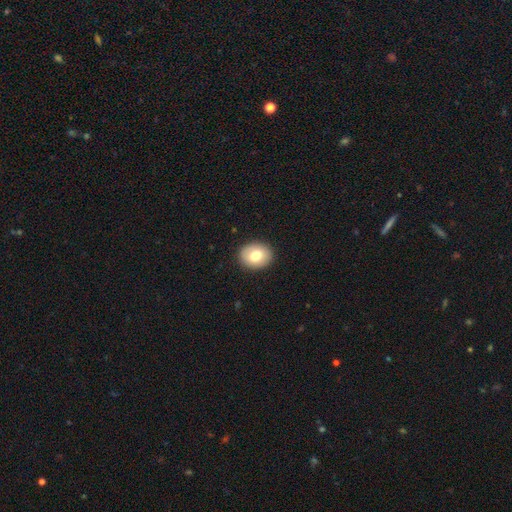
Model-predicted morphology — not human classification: smooth-or-featured: smooth: 74% | featured or disk: 18% | star or artifact: 8%
  how-rounded: round: 51% | in between: 48% | cigar-shaped: 1%
  merging: none: 90% | minor disturbance: 7% | major disturbance: 2% | merger: 1%